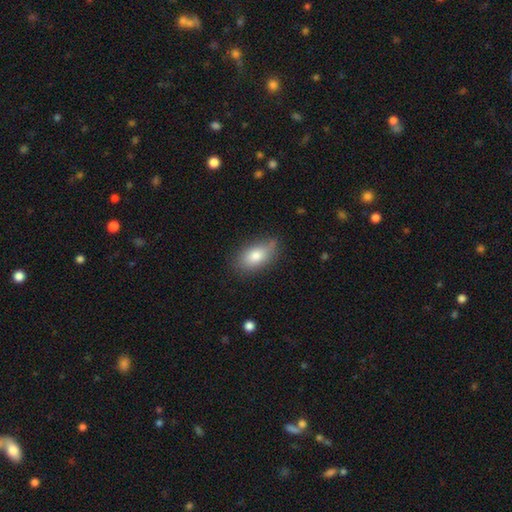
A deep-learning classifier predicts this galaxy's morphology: Smooth or featured?
  - smooth: 79% *
  - featured or disk: 13%
  - star or artifact: 8%
How rounded?
  - in between: 89% *
  - round: 7%
  - cigar-shaped: 4%
Merging?
  - none: 74% *
  - minor disturbance: 21%
  - major disturbance: 4%
  - merger: 2%